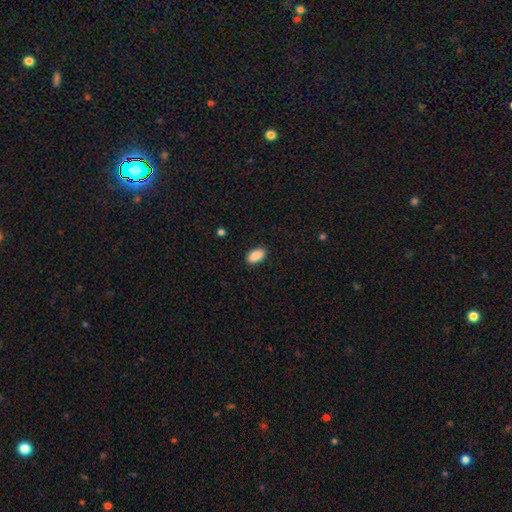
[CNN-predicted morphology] smooth_or_featured: smooth (p=0.89) [alt: star or artifact p=0.07]
how_rounded: in between (p=0.94) [alt: round p=0.04]
merging: none (p=0.88) [alt: minor disturbance p=0.09]